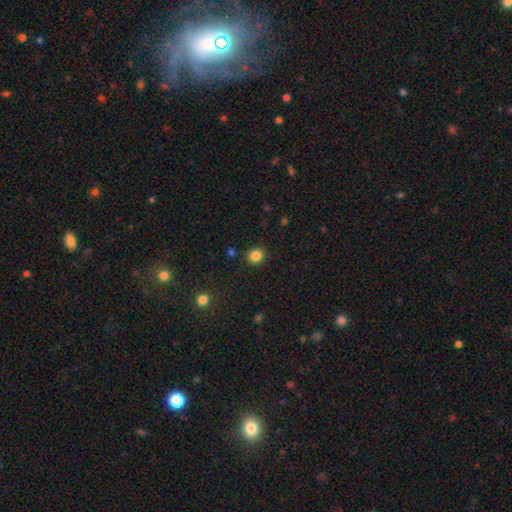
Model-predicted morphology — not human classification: Smooth or featured: smooth — 84% (star or artifact — 11%)
How rounded: round — 80% (in between — 19%)
Merging: none — 89% (minor disturbance — 7%)